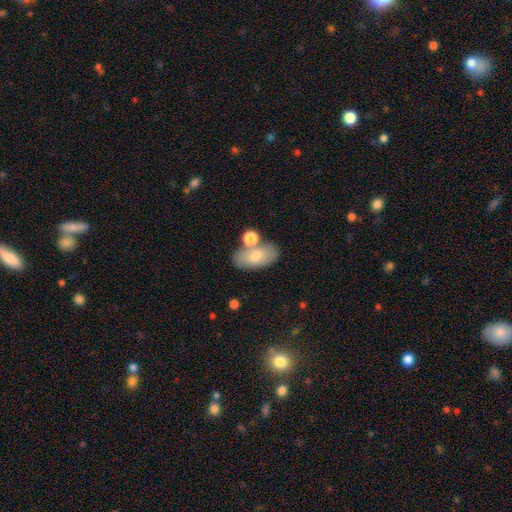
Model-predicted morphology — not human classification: Q: Smooth or featured?
A: smooth (75%); runner-up: featured or disk (18%)
Q: How rounded?
A: in between (92%); runner-up: round (5%)
Q: Merging?
A: none (60%); runner-up: merger (21%)